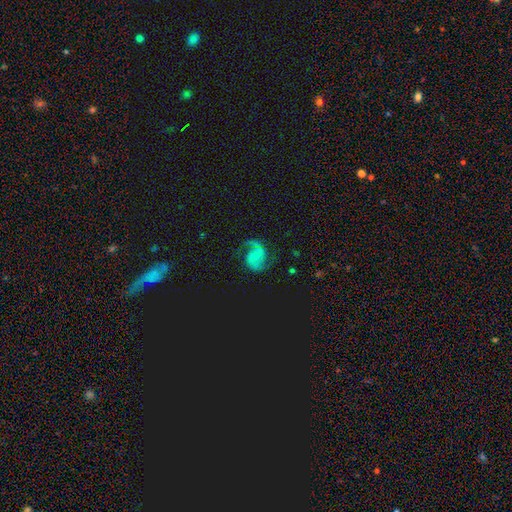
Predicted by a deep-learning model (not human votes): Smooth or featured? Predicted: featured or disk (p=0.84). Edge-on disk? Predicted: no (p=0.98). Bar? Predicted: no (p=0.53). Spiral arms? Predicted: yes (p=0.97). Spiral winding? Predicted: medium (p=0.56). Spiral arm count? Predicted: 2 (p=0.92). Bulge size? Predicted: small (p=0.52). Merging? Predicted: none (p=0.73).